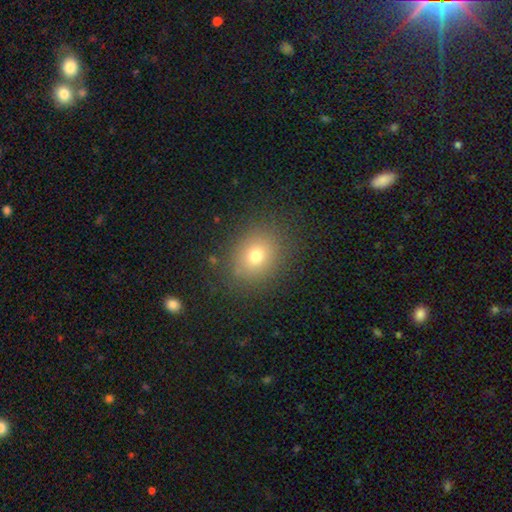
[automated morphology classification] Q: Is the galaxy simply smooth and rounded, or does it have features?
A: smooth — 74%.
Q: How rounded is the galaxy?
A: round — 57%.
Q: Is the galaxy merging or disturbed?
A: none — 85%.